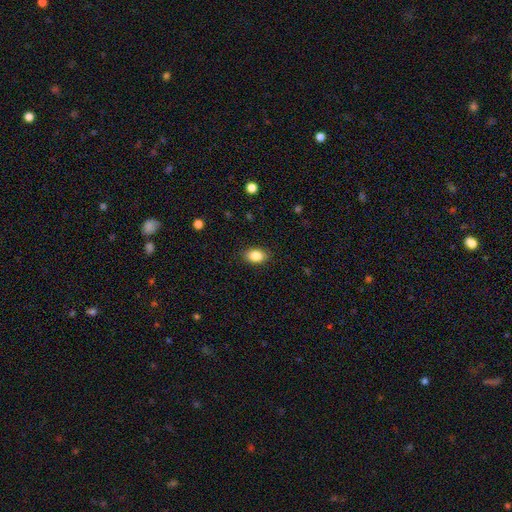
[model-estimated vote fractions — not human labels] A smooth galaxy with no disk features (86%) that is in between round and cigar-shaped (85%). Merging: none (87%).